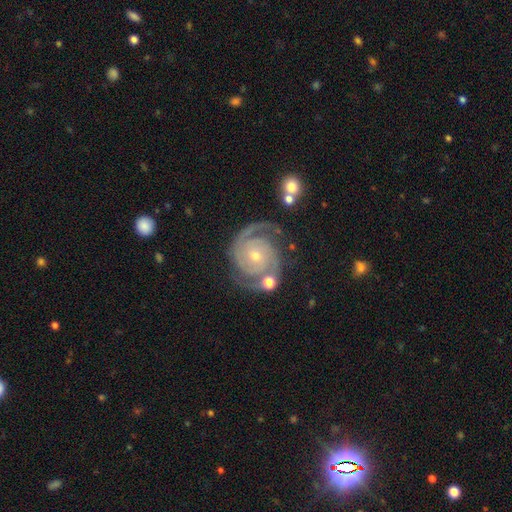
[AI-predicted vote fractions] This is clearly a featured or disk galaxy (92%). It is clearly not viewed edge-on (98%). Bar: likely no (72%). Spiral arm pattern: clearly yes (99%). Spiral arm count: clearly 2 (88%). Spiral winding: likely tight (66%). Central bulge: likely small (62%). Merging: likely none (76%).